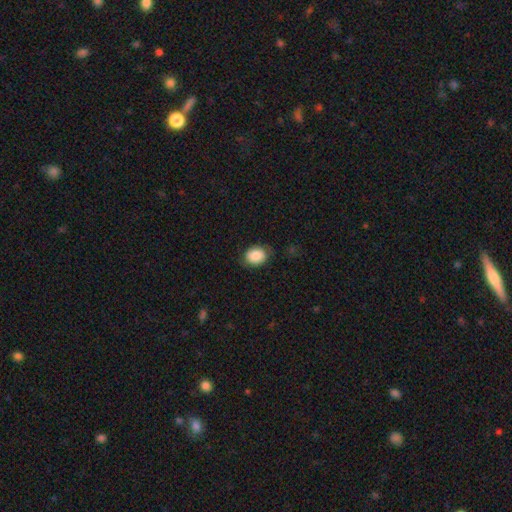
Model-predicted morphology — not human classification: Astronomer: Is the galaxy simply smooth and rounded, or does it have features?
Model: smooth — 87%.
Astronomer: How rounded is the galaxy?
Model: in between — 54% (runner-up: round, 45%).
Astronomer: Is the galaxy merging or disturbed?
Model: none — 76%.